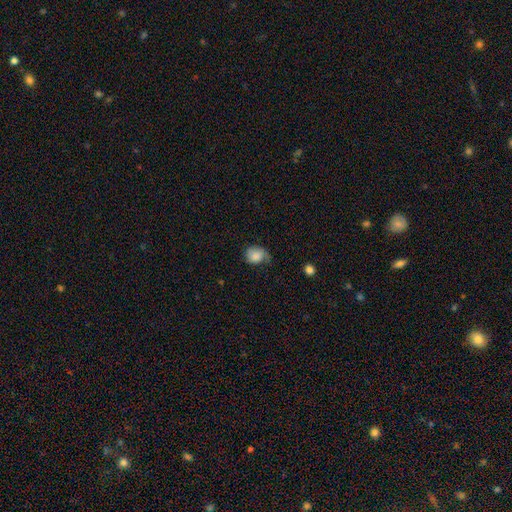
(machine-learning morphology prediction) type=smooth (76%); roundness=in between (54%); merging=none (46%).